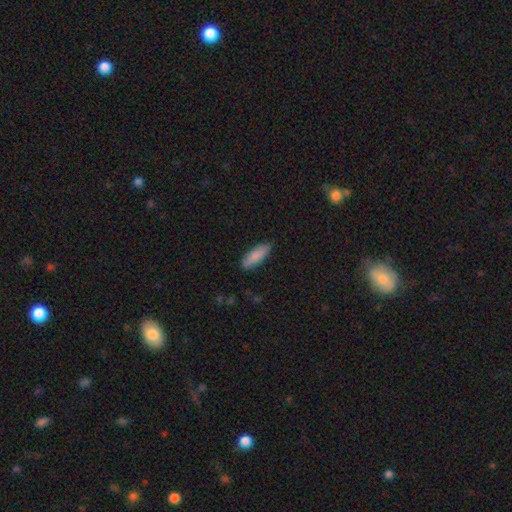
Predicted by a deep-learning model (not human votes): smooth_or_featured: smooth (p=0.86) [alt: featured or disk p=0.08]
how_rounded: in between (p=0.61) [alt: cigar-shaped p=0.37]
merging: none (p=0.86) [alt: minor disturbance p=0.11]